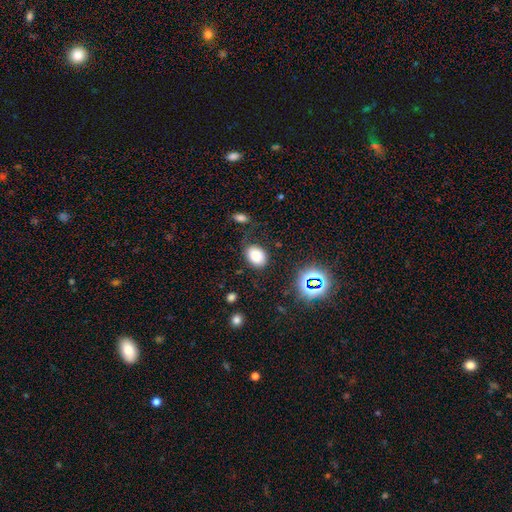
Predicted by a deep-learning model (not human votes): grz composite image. It shows a smooth galaxy with no disk features (77%) that is in between round and cigar-shaped (71%). Merging: none (74%).